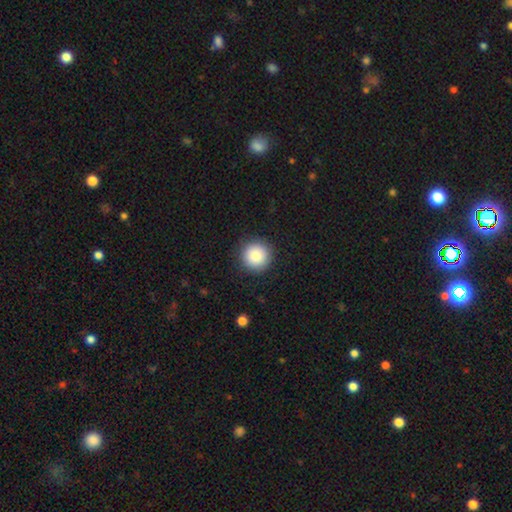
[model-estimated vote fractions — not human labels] smooth_or_featured: smooth (p=0.86) [alt: star or artifact p=0.08]
how_rounded: round (p=0.96) [alt: in between p=0.03]
merging: none (p=0.91) [alt: minor disturbance p=0.06]